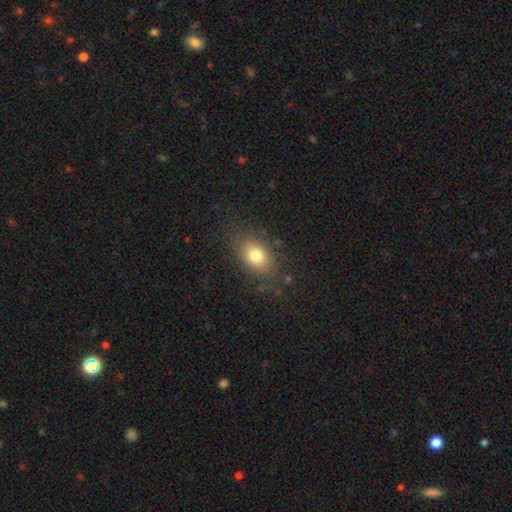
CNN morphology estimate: Smooth or featured? smooth (78%)
How rounded? in between (73%)
Merging? none (79%)